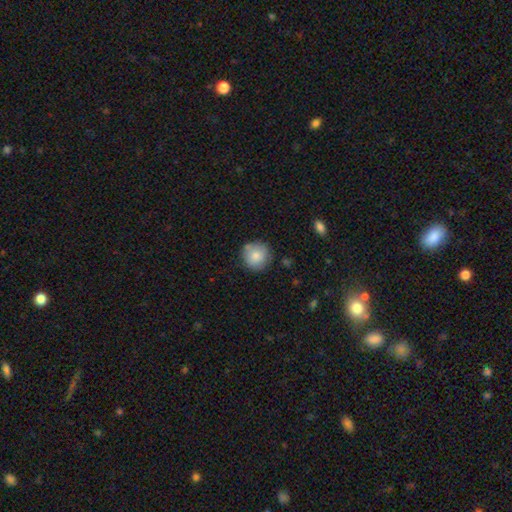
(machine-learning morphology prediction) The model was most divided on "merging": none: 77%, minor disturbance: 16%, merger: 4%, major disturbance: 3%. More confident: how rounded — round (93%); smooth or featured — smooth (81%).